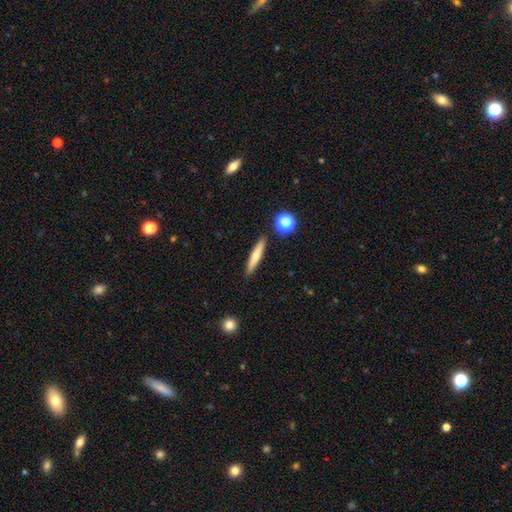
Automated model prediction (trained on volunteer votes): Morphology: type=smooth (60%); roundness=cigar-shaped (89%); merging=none (89%).